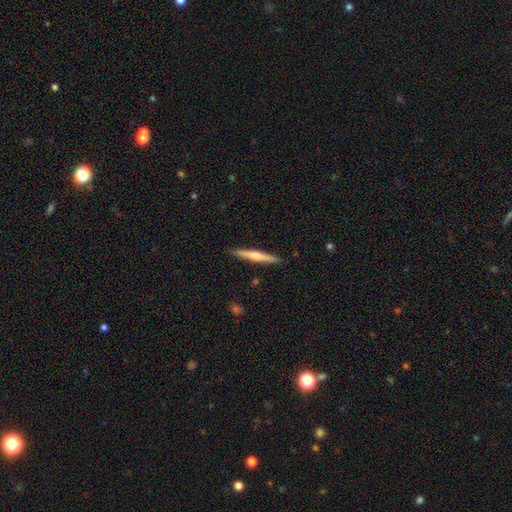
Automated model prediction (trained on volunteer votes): smooth_or_featured: smooth (p=0.52) [alt: featured or disk p=0.43]
how_rounded: cigar-shaped (p=0.95) [alt: in between p=0.04]
merging: none (p=0.90) [alt: minor disturbance p=0.08]